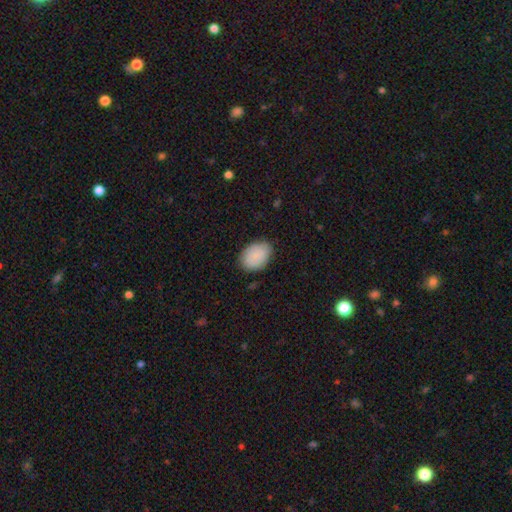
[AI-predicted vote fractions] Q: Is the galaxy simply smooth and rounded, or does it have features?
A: smooth — 90%.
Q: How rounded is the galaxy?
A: in between — 81%.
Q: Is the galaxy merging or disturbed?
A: none — 83%.